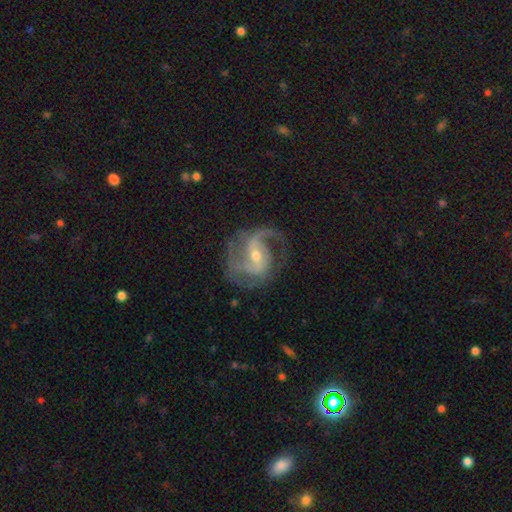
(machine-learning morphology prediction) A featured or disk galaxy (90%) with a weak bar (45%), 2 (69%) medium (53%) spiral arms (97%) and a small central bulge (51%).

Vote fractions:
- Smooth or featured? featured or disk: 90% / star or artifact: 5% / smooth: 5%
- Edge-on disk? no: 98% / yes: 2%
- Bar? weak: 45% / strong: 31% / no: 24%
- Spiral arms? yes: 97% / no: 3%
- Spiral winding? medium: 53% / loose: 26% / tight: 21%
- Spiral arm count? 2: 69% / 3: 11% / can't tell: 7% / 1: 7% / 4: 3% / more than 4: 3%
- Bulge size? small: 51% / moderate: 45% / large: 2% / none: 1% / dominant: 1%
- Merging? none: 68% / minor disturbance: 18% / major disturbance: 13% / merger: 2%